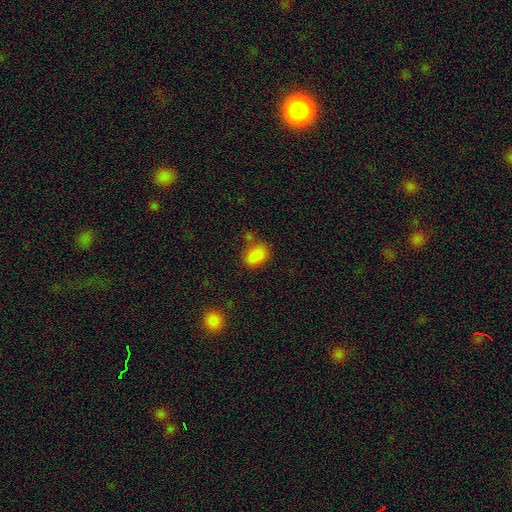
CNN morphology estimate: smooth 84%, star or artifact 11%, featured or disk 5%. Down the decision tree: how rounded — in between (84%); merging — none (63%).